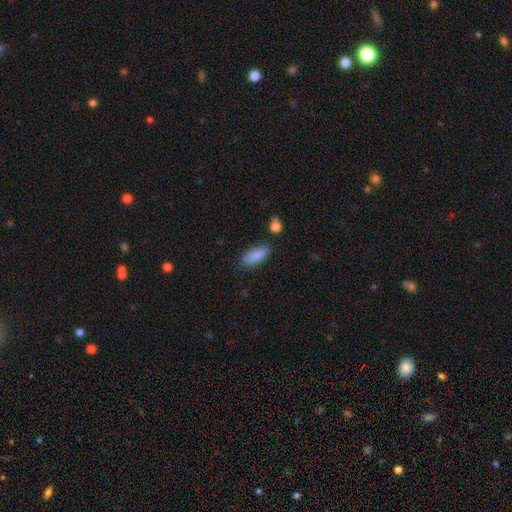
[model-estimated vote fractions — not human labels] smooth_or_featured: smooth (p=0.88) [alt: star or artifact p=0.07]
how_rounded: in between (p=0.77) [alt: cigar-shaped p=0.21]
merging: none (p=0.79) [alt: minor disturbance p=0.14]